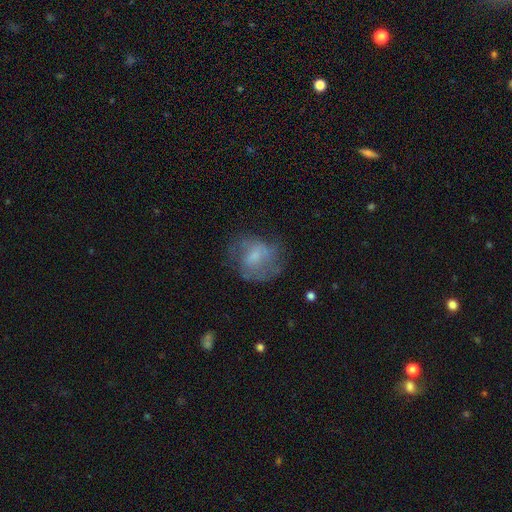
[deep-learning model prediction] This is possibly a smooth galaxy (46%). Merging: possibly none (53%).